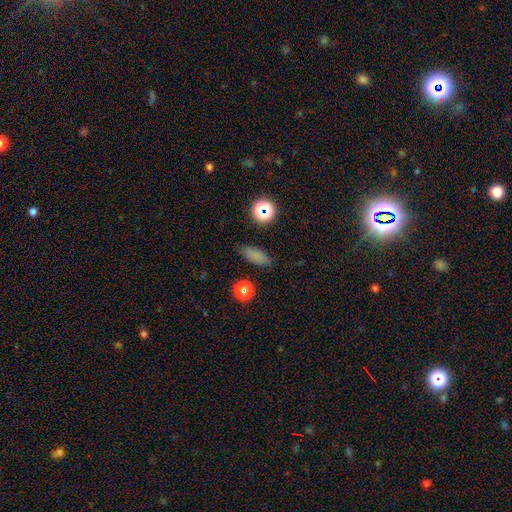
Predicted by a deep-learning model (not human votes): smooth 76%, star or artifact 17%, featured or disk 7%. Down the decision tree: how rounded — in between (66%); merging — none (83%).